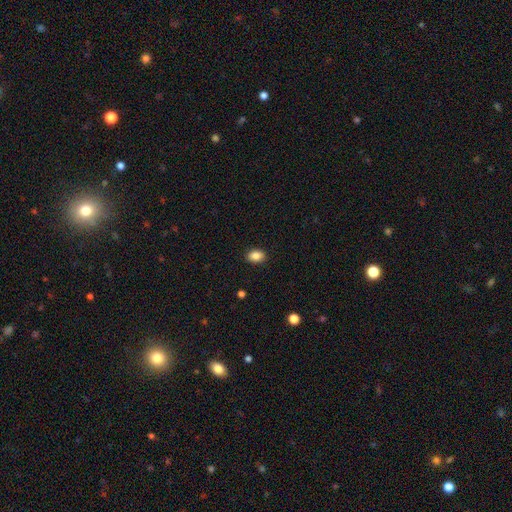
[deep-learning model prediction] Q: Smooth or featured?
A: smooth (87%); runner-up: star or artifact (8%)
Q: How rounded?
A: in between (80%); runner-up: round (19%)
Q: Merging?
A: none (89%); runner-up: minor disturbance (8%)